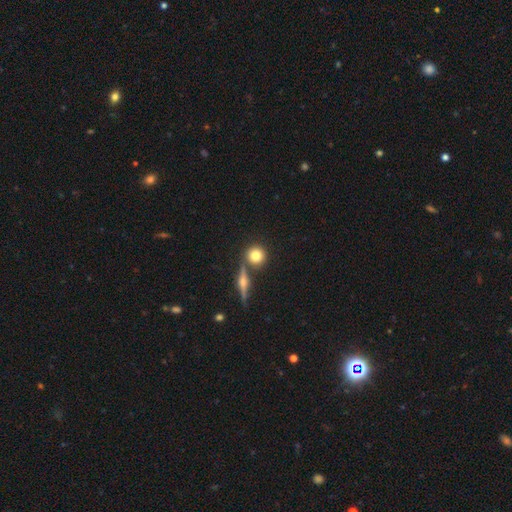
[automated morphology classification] Smooth or featured: smooth — 73% (featured or disk — 17%)
How rounded: round — 90% (in between — 8%)
Merging: none — 75% (merger — 14%)